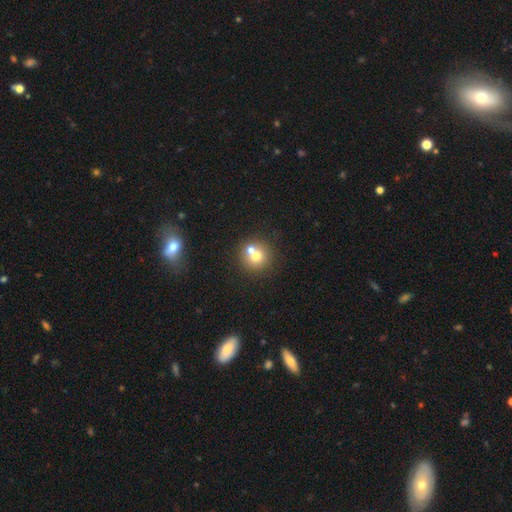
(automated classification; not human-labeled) Smooth or featured? smooth (67%)
How rounded? round (90%)
Merging? none (49%)